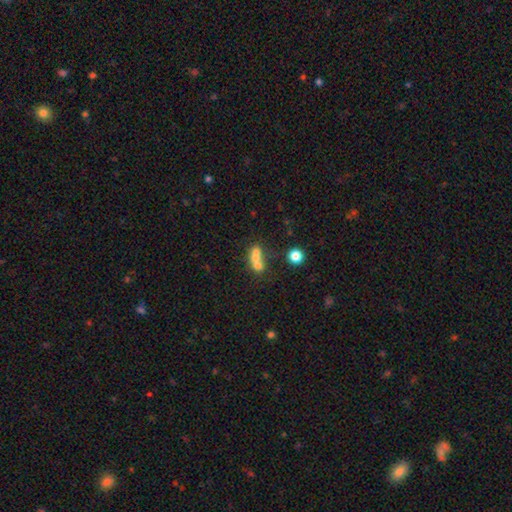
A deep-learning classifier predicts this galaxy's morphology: This appears to be a smooth galaxy with no disk features (61%) that is round (58%). Merging: merger (63%).